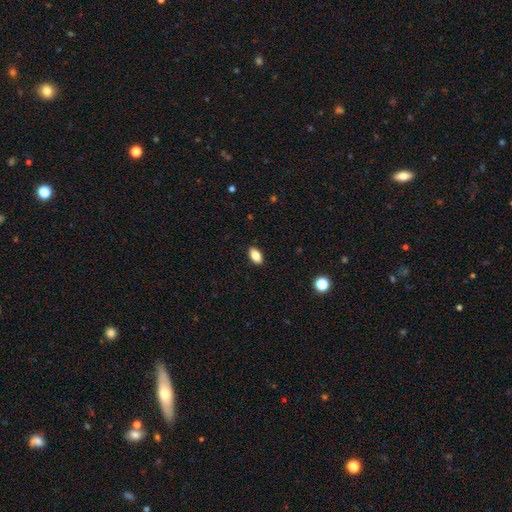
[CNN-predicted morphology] smooth-or-featured: smooth: 84% | featured or disk: 8% | star or artifact: 8%
  how-rounded: in between: 91% | round: 5% | cigar-shaped: 4%
  merging: none: 90% | minor disturbance: 8% | major disturbance: 2% | merger: 1%